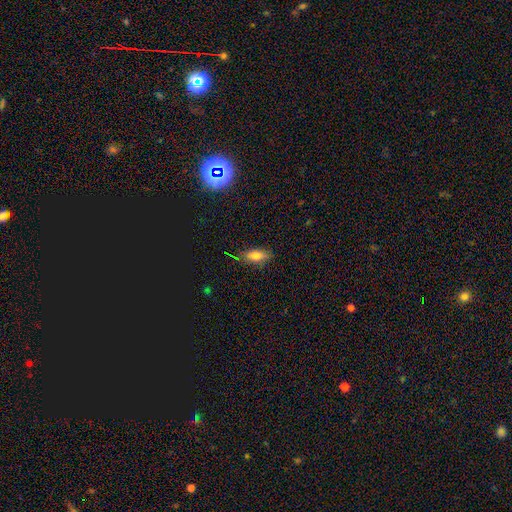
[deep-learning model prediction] smooth-or-featured: smooth: 75% | featured or disk: 15% | star or artifact: 10%
  how-rounded: in between: 76% | cigar-shaped: 20% | round: 3%
  merging: none: 79% | minor disturbance: 16% | major disturbance: 3% | merger: 2%